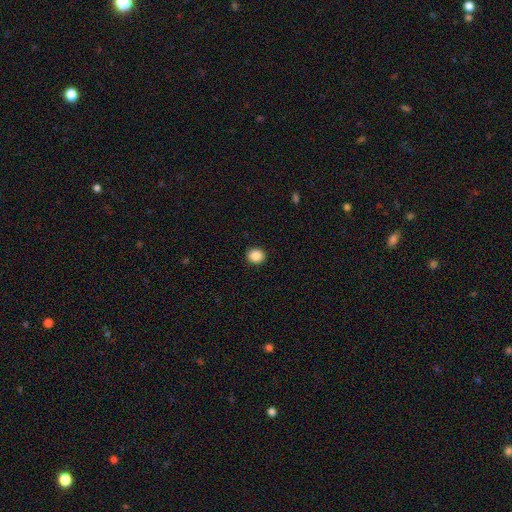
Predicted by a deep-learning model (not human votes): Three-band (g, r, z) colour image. It shows a smooth galaxy with no disk features (88%) that is round (82%). Merging: none (92%).